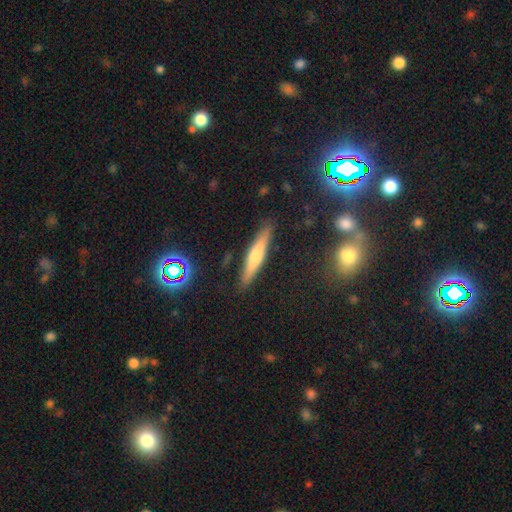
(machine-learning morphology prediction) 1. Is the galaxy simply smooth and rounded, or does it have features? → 45% featured or disk (tied), 45% smooth (tied), 10% star or artifact.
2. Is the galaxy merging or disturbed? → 87% none, 8% minor disturbance, 2% merger, 2% major disturbance.